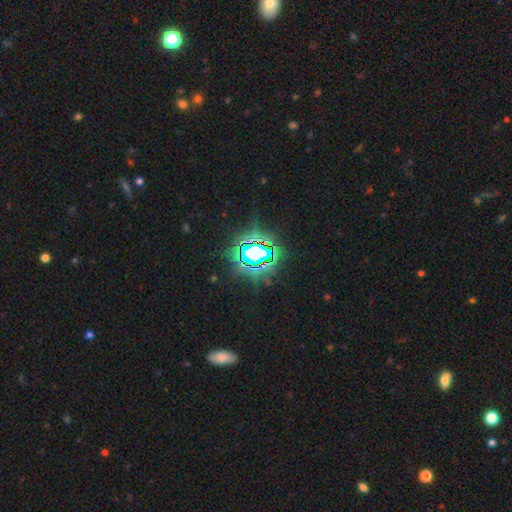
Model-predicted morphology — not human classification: smooth_or_featured: star or artifact (p=0.78) [alt: smooth p=0.11]